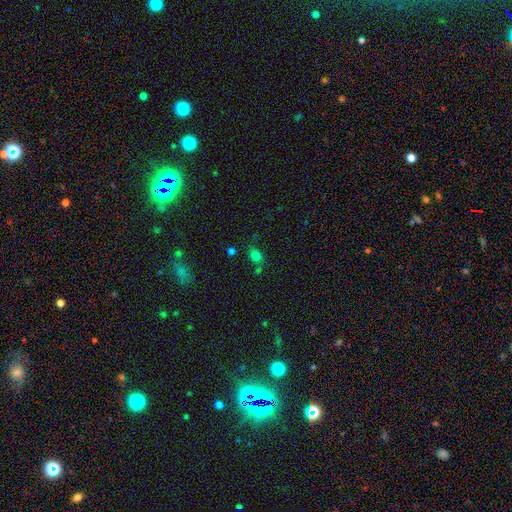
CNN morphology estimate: Overall: smooth (73%). How rounded: in between (51%; round 46%). Merging: none (65%).